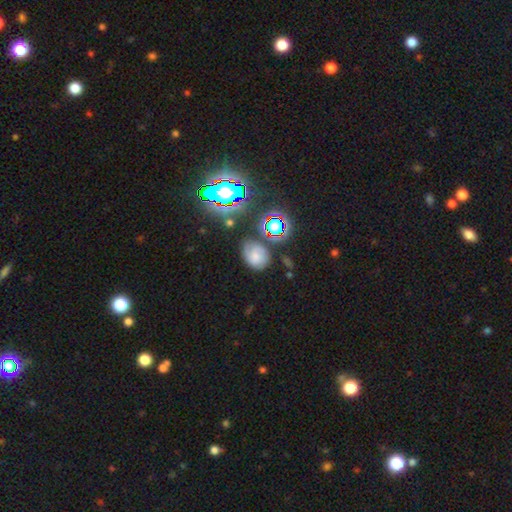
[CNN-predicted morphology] This is possibly a smooth galaxy (53%). How rounded: possibly in between (55%). Merging: possibly none (60%).